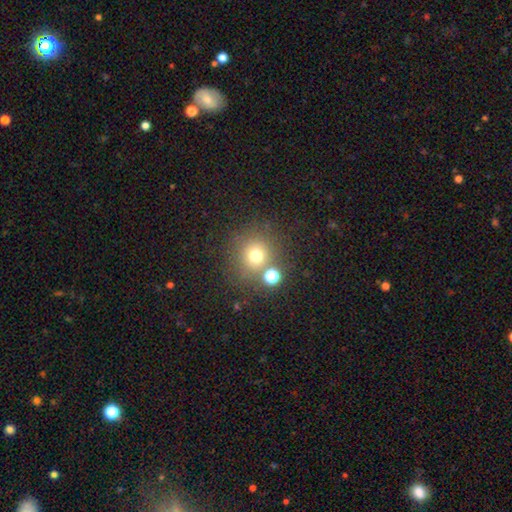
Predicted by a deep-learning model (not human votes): Smooth or featured? Predicted: smooth (p=0.70). How rounded? Predicted: round (p=0.92). Merging? Predicted: none (p=0.72).